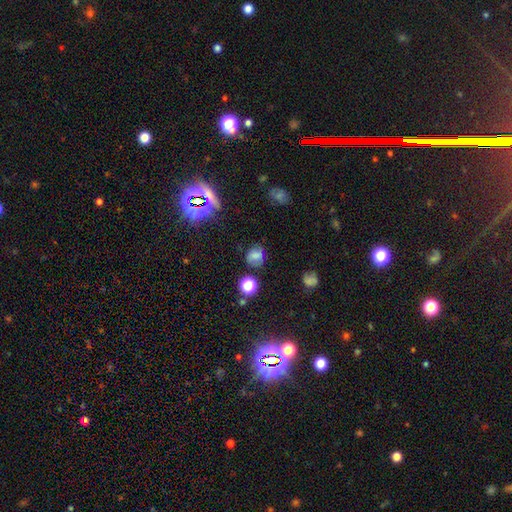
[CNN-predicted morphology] This is possibly a smooth galaxy (59%). How rounded: likely round (62%). Merging: likely none (67%).